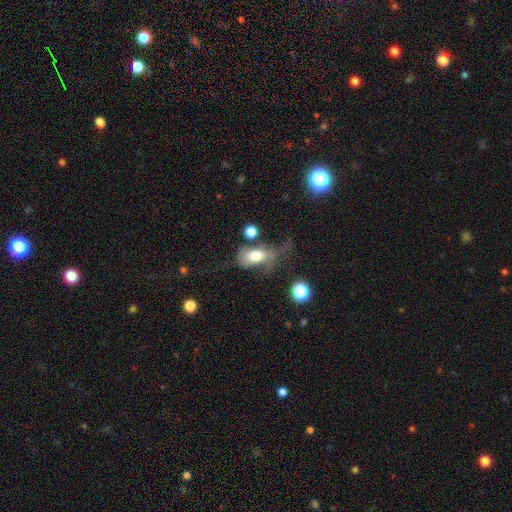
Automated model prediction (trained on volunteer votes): A smooth galaxy with no disk features (63%) that is in between round and cigar-shaped (84%).

Vote fractions:
- Smooth or featured? smooth: 63% / featured or disk: 28% / star or artifact: 10%
- How rounded? in between: 84% / round: 13% / cigar-shaped: 4%
- Merging? major disturbance: 48% / minor disturbance: 21% / none: 19% / merger: 12%